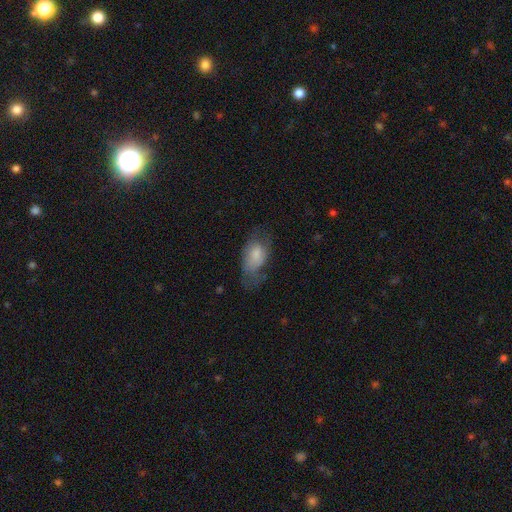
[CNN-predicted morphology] smooth_or_featured: smooth (p=0.64) [alt: featured or disk p=0.29]
how_rounded: in between (p=0.91) [alt: round p=0.05]
merging: none (p=0.43) [alt: minor disturbance p=0.30]